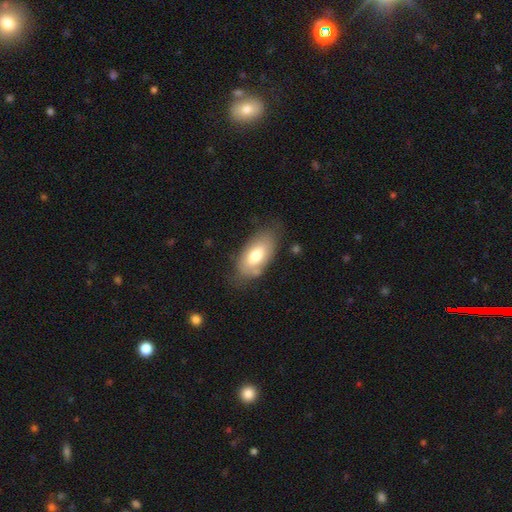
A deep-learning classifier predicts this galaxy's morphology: A smooth galaxy with no disk features (72%) that is in between round and cigar-shaped (93%).

Vote fractions:
- Smooth or featured? smooth: 72% / featured or disk: 22% / star or artifact: 7%
- How rounded? in between: 93% / cigar-shaped: 4% / round: 3%
- Merging? none: 68% / minor disturbance: 22% / major disturbance: 7% / merger: 3%